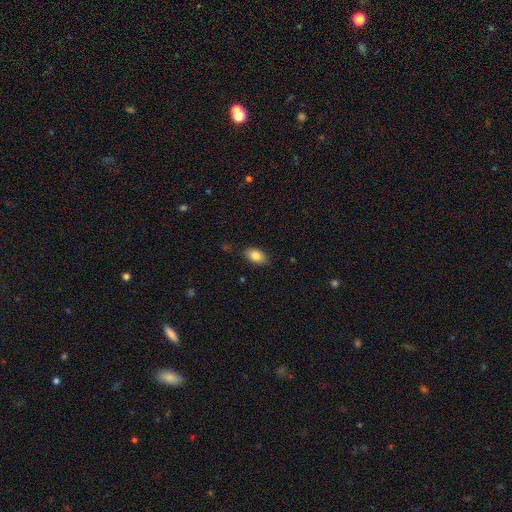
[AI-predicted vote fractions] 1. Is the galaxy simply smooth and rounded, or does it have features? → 84% smooth, 9% featured or disk, 7% star or artifact.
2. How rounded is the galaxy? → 92% in between, 6% round, 2% cigar-shaped.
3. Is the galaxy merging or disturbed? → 84% none, 13% minor disturbance, 3% major disturbance, 1% merger.